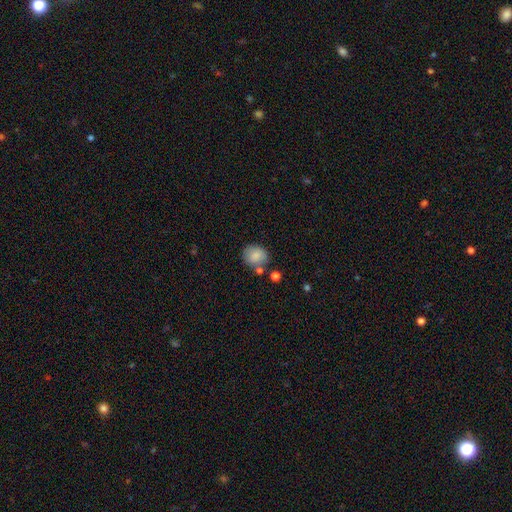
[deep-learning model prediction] The model was most divided on "how rounded": round: 70%, in between: 29%, cigar-shaped: 1%. More confident: smooth or featured — smooth (85%); merging — none (69%).